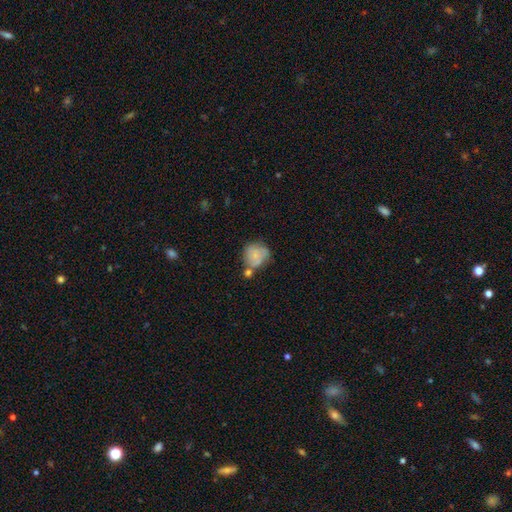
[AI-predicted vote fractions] Smooth or featured?
  - smooth: 61% *
  - featured or disk: 30%
  - star or artifact: 9%
How rounded?
  - round: 74% *
  - in between: 25%
  - cigar-shaped: 1%
Merging?
  - none: 39% *
  - minor disturbance: 25%
  - merger: 24%
  - major disturbance: 12%